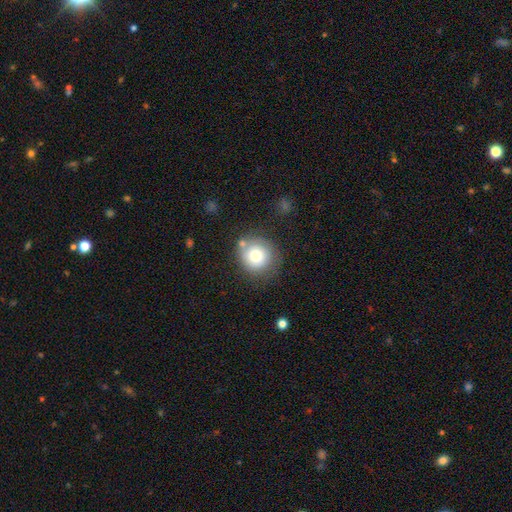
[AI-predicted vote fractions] A smooth galaxy with no disk features (75%) that is round (89%).

Vote fractions:
- Smooth or featured? smooth: 75% / featured or disk: 15% / star or artifact: 10%
- How rounded? round: 89% / in between: 10% / cigar-shaped: 1%
- Merging? none: 70% / minor disturbance: 16% / merger: 8% / major disturbance: 6%